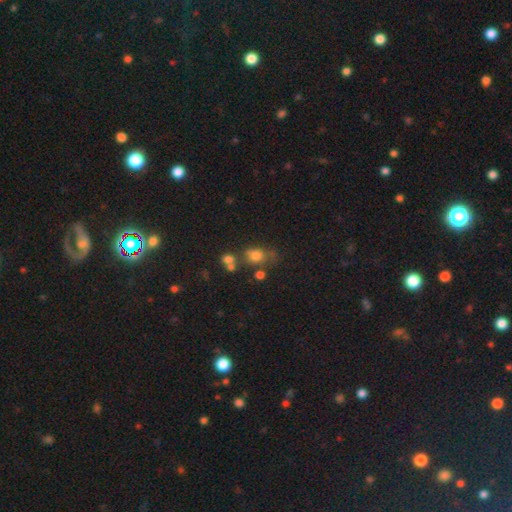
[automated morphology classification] The model was most divided on "how rounded": round: 51%, in between: 48%, cigar-shaped: 1%. Remaining: smooth or featured — smooth (73%); merging — none (49%).